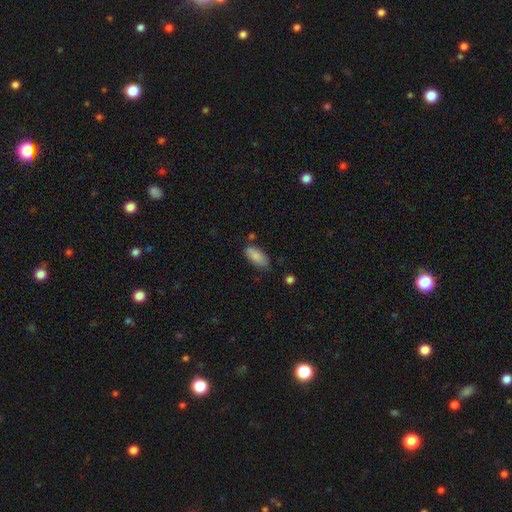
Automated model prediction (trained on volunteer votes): This is clearly a smooth galaxy (87%). How rounded: clearly in between (86%). Merging: likely none (67%).